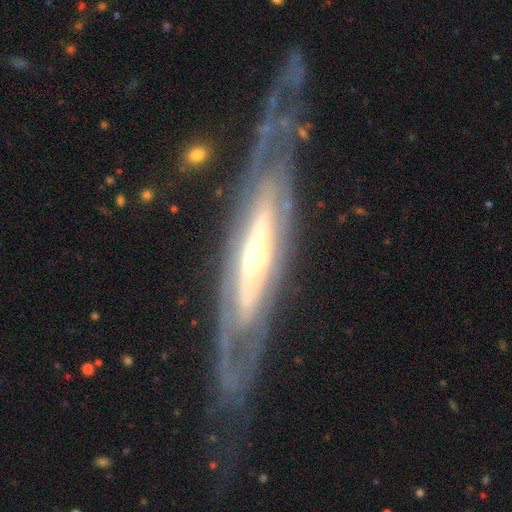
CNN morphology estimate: This is clearly a featured or disk galaxy (86%). It is likely not viewed edge-on (65%). Bar: likely no (62%). Spiral arm pattern: likely yes (71%). Central bulge: possibly moderate (48%). Merging: likely none (69%).